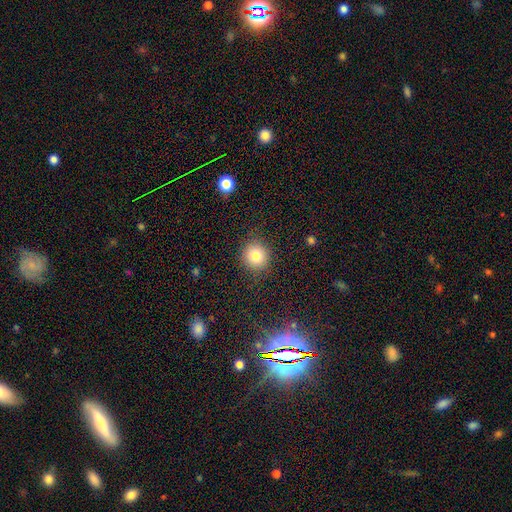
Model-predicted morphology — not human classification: Overall: smooth (80%). How rounded: round (89%). Merging: none (88%).